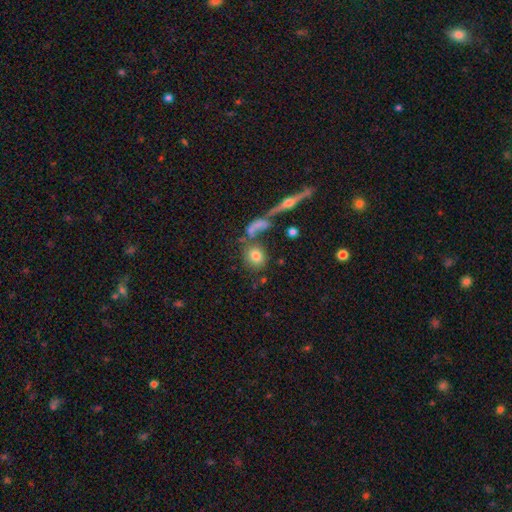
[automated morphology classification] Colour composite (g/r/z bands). It shows a smooth galaxy with no disk features (74%) that is round (69%). Merging: none (63%).